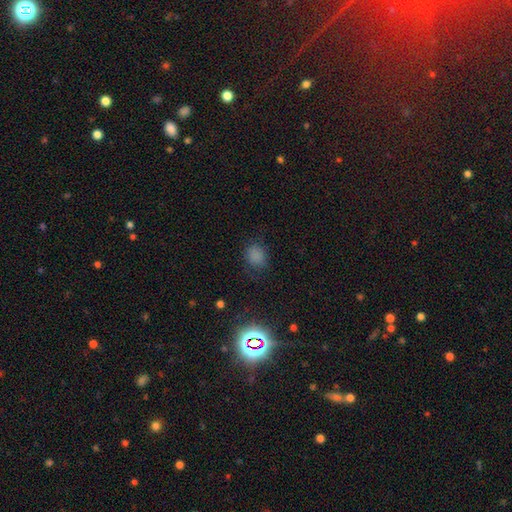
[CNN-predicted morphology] type=smooth (78%); roundness=round (56%); merging=none (78%).